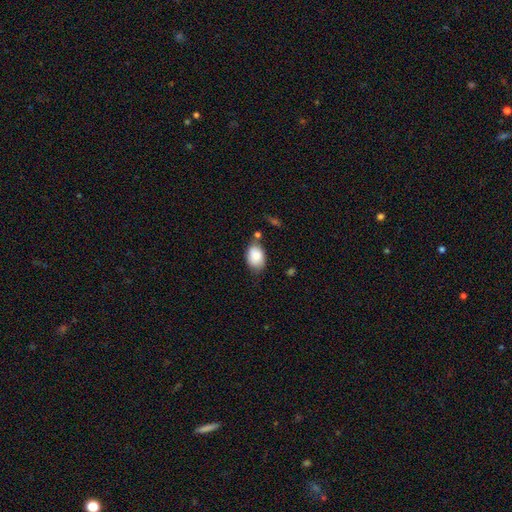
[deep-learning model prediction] This appears to be a smooth galaxy with no disk features (83%) that is in between round and cigar-shaped (86%). Merging: none (62%).